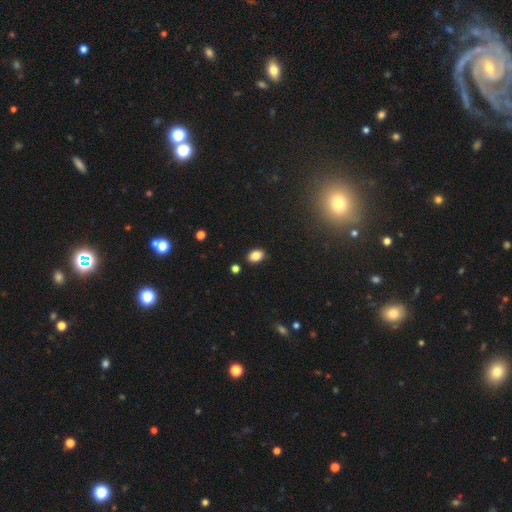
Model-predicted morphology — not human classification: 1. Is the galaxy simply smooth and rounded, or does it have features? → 85% smooth, 10% star or artifact, 5% featured or disk.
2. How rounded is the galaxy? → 76% in between, 23% round, 1% cigar-shaped.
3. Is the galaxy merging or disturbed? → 86% none, 10% minor disturbance, 2% merger, 2% major disturbance.